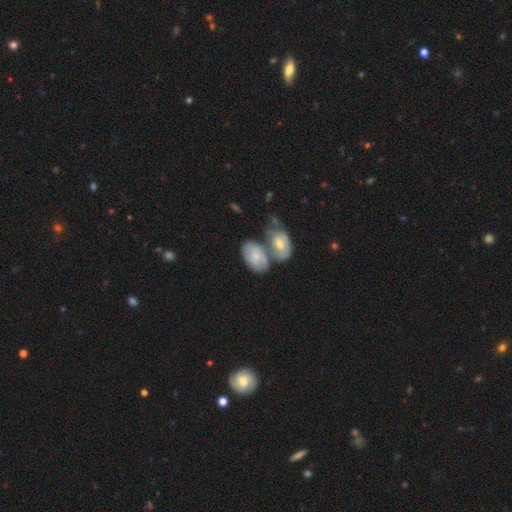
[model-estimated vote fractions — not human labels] smooth_or_featured: smooth (p=0.47) [alt: featured or disk p=0.46]
merging: merger (p=0.51) [alt: none p=0.30]